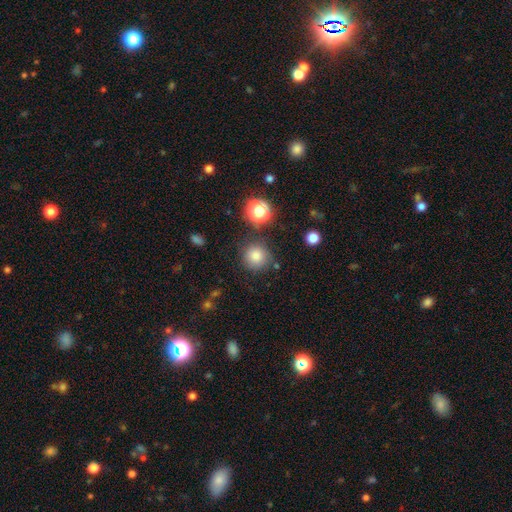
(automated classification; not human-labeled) smooth_or_featured: smooth (p=0.81) [alt: star or artifact p=0.13]
how_rounded: round (p=0.93) [alt: in between p=0.06]
merging: none (p=0.80) [alt: minor disturbance p=0.11]